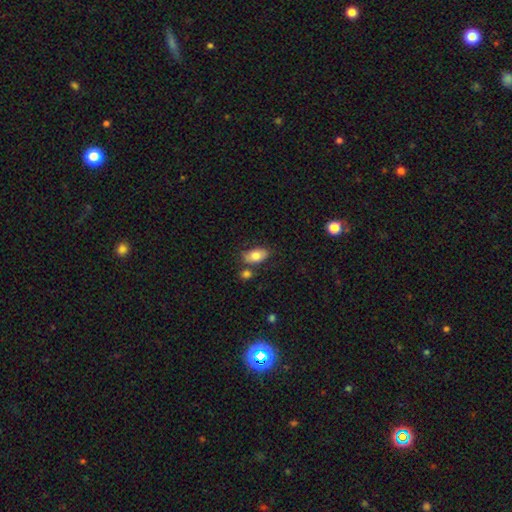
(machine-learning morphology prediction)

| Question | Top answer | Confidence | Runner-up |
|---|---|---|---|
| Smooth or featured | smooth | 79% | featured or disk (14%) |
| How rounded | in between | 92% | round (5%) |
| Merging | none | 70% | minor disturbance (15%) |